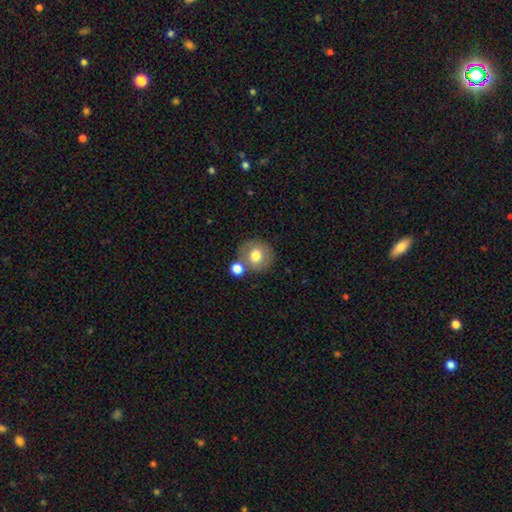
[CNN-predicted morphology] This appears to be a smooth galaxy with no disk features (71%) that is round (88%). Merging: none (63%).